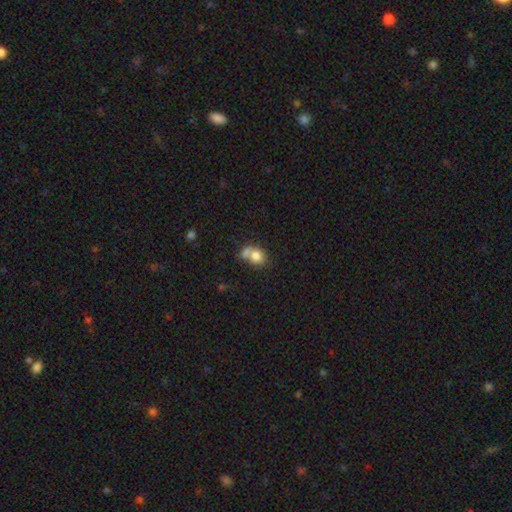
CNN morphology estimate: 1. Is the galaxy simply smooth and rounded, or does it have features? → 78% smooth, 12% featured or disk, 10% star or artifact.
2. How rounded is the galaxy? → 65% round, 34% in between, 1% cigar-shaped.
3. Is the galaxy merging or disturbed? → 47% merger, 34% none, 12% minor disturbance, 6% major disturbance.